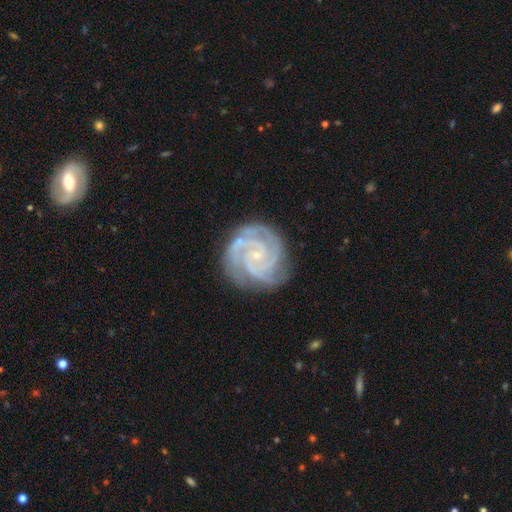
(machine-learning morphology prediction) Q: Smooth or featured?
A: featured or disk (92%); runner-up: star or artifact (5%)
Q: Edge-on disk?
A: no (98%); runner-up: yes (2%)
Q: Bar?
A: no (66%); runner-up: weak (24%)
Q: Spiral arms?
A: yes (99%); runner-up: no (1%)
Q: Spiral winding?
A: tight (77%); runner-up: medium (22%)
Q: Spiral arm count?
A: 3 (44%); runner-up: 2 (22%)
Q: Bulge size?
A: small (85%); runner-up: moderate (10%)
Q: Merging?
A: none (79%); runner-up: minor disturbance (15%)